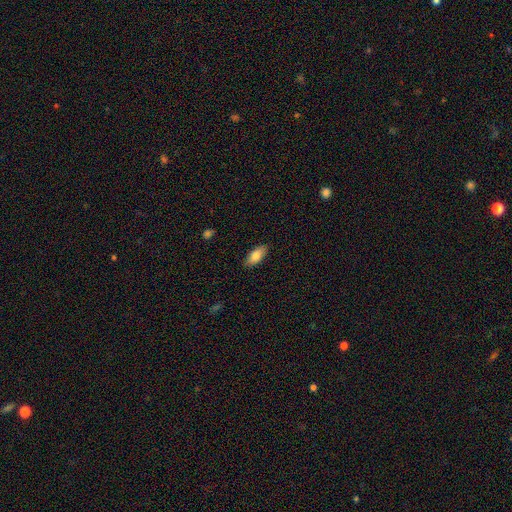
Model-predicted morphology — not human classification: The model was most divided on "how rounded": in between: 83%, cigar-shaped: 14%, round: 2%. More confident: merging — none (87%); smooth or featured — smooth (82%).